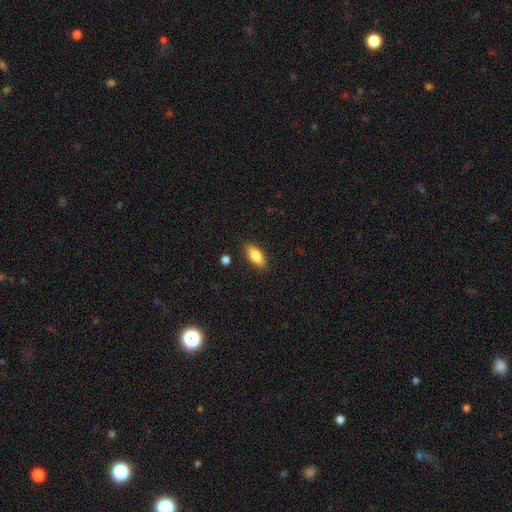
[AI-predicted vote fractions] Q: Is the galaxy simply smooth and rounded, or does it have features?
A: smooth — 82%.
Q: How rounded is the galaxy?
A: in between — 83%.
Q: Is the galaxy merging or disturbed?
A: none — 86%.